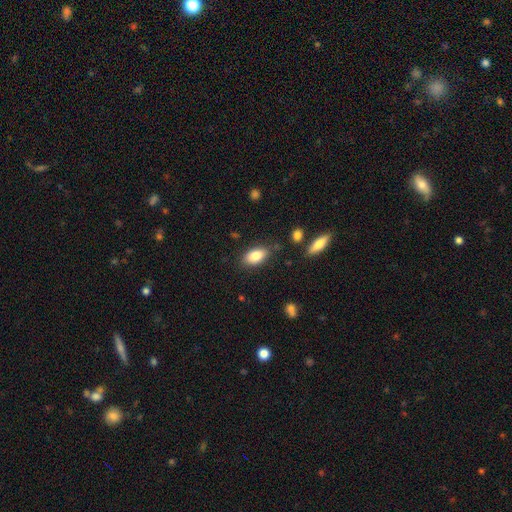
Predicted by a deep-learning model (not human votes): Overall: smooth (82%). How rounded: in between (91%). Merging: none (80%).